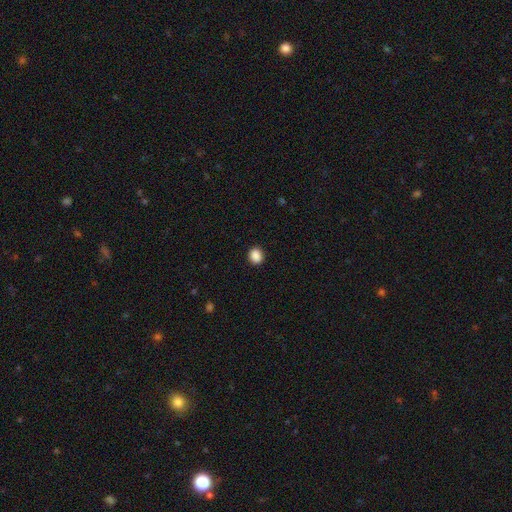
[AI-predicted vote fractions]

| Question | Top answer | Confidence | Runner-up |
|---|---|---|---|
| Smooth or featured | smooth | 89% | star or artifact (9%) |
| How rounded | round | 61% | in between (38%) |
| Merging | none | 90% | minor disturbance (7%) |